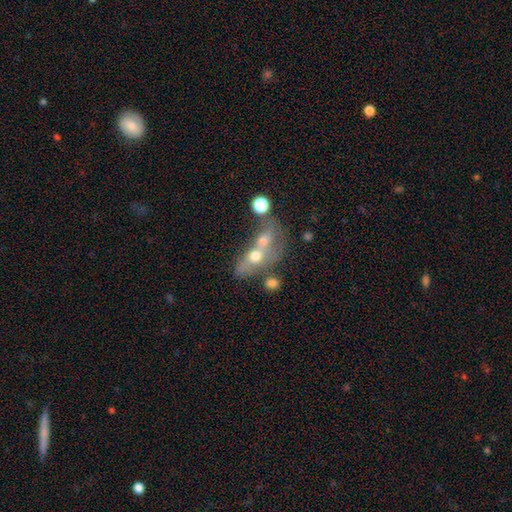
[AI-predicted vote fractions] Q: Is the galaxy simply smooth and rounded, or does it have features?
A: smooth — 56%.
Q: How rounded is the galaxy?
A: in between — 58%.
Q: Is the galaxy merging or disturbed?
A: merger — 66%.